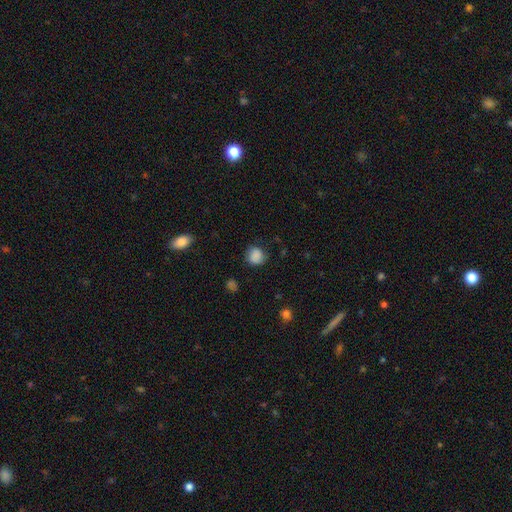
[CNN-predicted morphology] Smooth or featured? smooth (85%)
How rounded? round (84%)
Merging? none (78%)